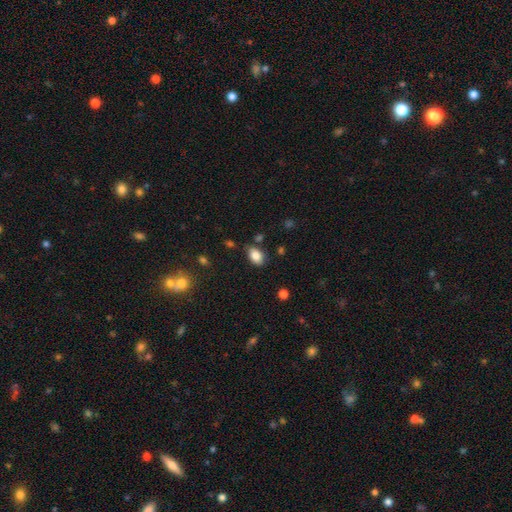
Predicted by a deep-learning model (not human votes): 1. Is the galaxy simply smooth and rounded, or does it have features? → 84% smooth, 9% star or artifact, 7% featured or disk.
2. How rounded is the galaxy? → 85% in between, 13% round, 2% cigar-shaped.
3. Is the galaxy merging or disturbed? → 75% none, 18% minor disturbance, 4% merger, 4% major disturbance.